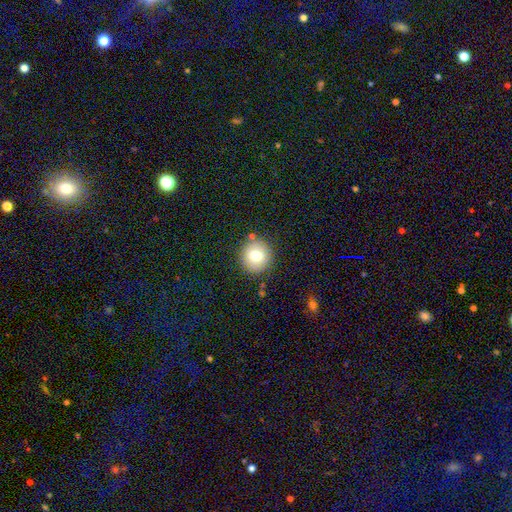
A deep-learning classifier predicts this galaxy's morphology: smooth 76%, featured or disk 14%, star or artifact 10%. Down the decision tree: how rounded — round (90%); merging — none (85%).